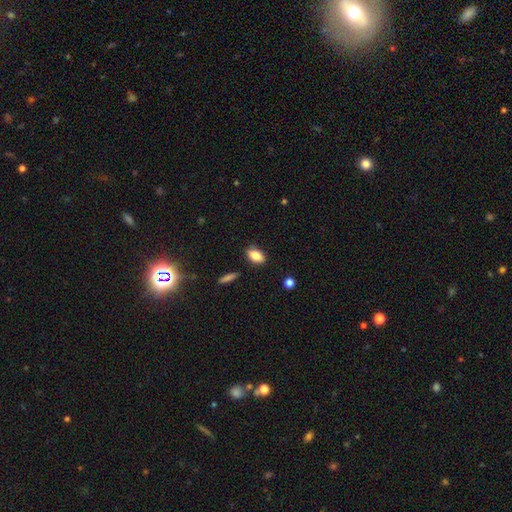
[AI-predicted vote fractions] smooth-or-featured: smooth: 80% | featured or disk: 11% | star or artifact: 9%
  how-rounded: in between: 87% | round: 7% | cigar-shaped: 6%
  merging: none: 82% | minor disturbance: 13% | major disturbance: 3% | merger: 2%